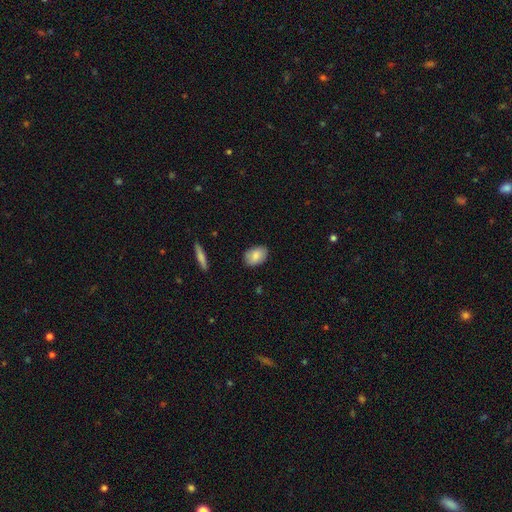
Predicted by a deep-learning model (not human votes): Smooth or featured? smooth (84%)
How rounded? in between (86%)
Merging? none (85%)